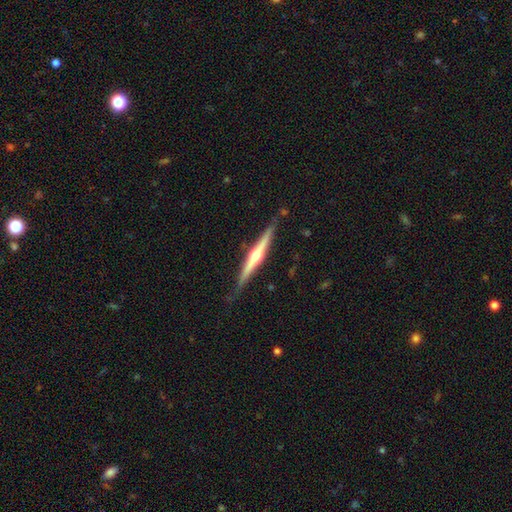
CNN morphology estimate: This appears to be a featured or disk galaxy (76%) viewed edge-on (98%) with a rounded central bulge (93%). Merging: none (83%).